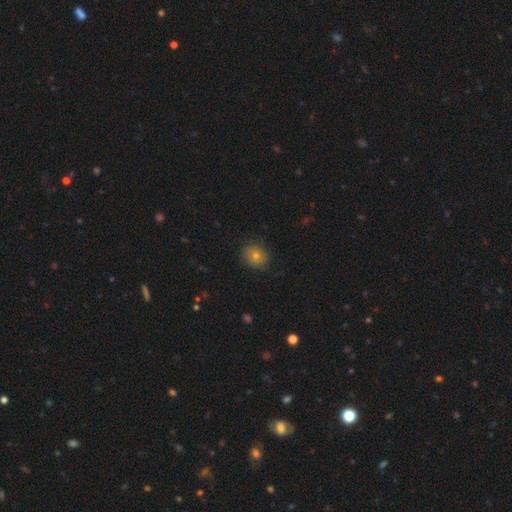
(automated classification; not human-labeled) A smooth galaxy with no disk features (70%) that is round (70%). Merging: none (84%).